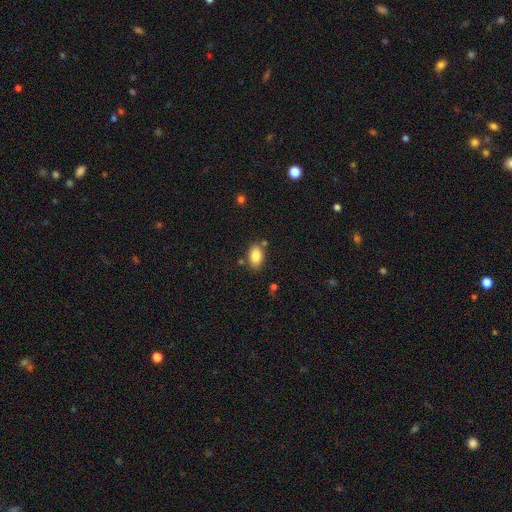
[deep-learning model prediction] A smooth galaxy with no disk features (85%) that is in between round and cigar-shaped (90%).

Vote fractions:
- Smooth or featured? smooth: 85% / star or artifact: 8% / featured or disk: 7%
- How rounded? in between: 90% / round: 8% / cigar-shaped: 2%
- Merging? none: 79% / minor disturbance: 12% / merger: 6% / major disturbance: 3%